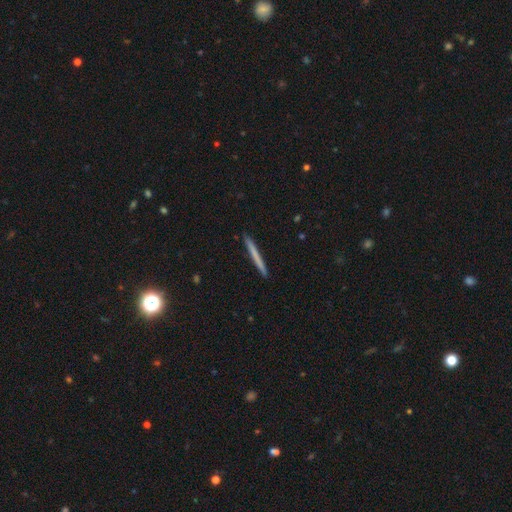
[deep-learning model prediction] smooth 64%, featured or disk 30%, star or artifact 6%. Down the decision tree: how rounded — cigar-shaped (97%); merging — none (93%).